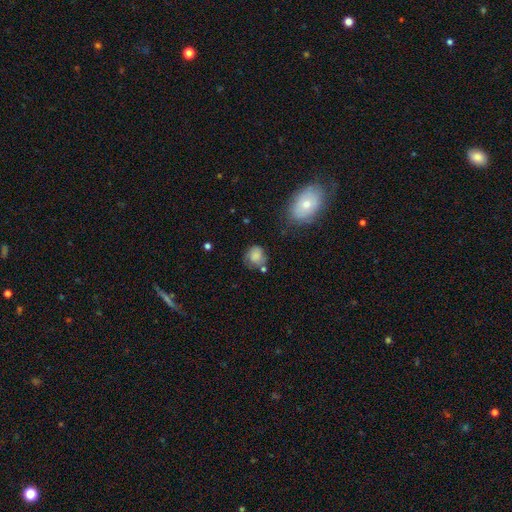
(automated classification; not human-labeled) This is likely a smooth galaxy (77%). How rounded: likely round (72%). Merging: possibly none (54%).